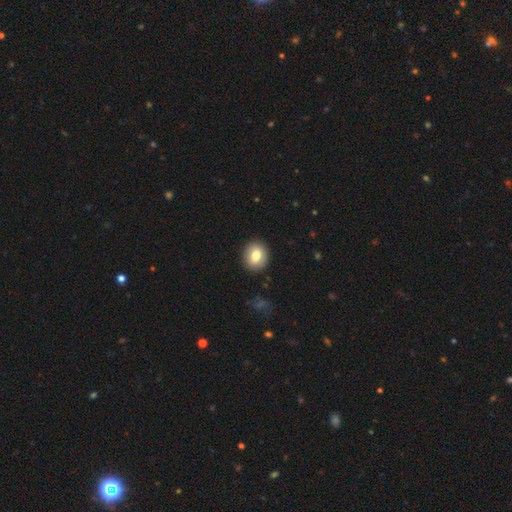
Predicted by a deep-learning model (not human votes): Smooth or featured: smooth — 79% (featured or disk — 13%)
How rounded: round — 73% (in between — 26%)
Merging: none — 90% (minor disturbance — 7%)